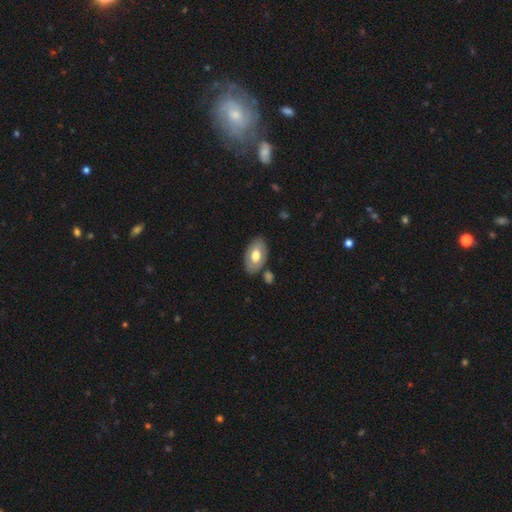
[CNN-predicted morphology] smooth_or_featured: smooth (p=0.61) [alt: featured or disk p=0.33]
how_rounded: in between (p=0.93) [alt: round p=0.05]
merging: none (p=0.77) [alt: minor disturbance p=0.14]